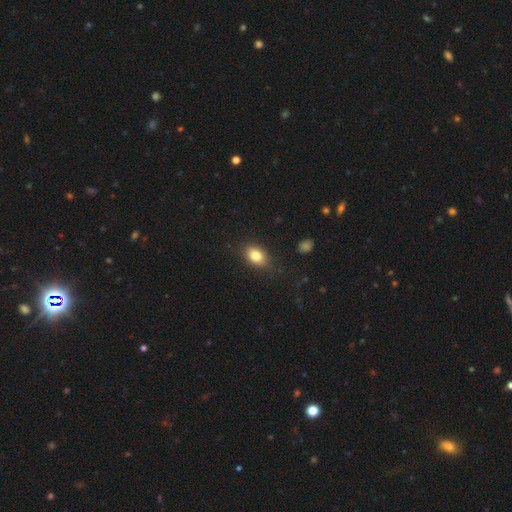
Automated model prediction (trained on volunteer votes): Smooth or featured: smooth — 81% (star or artifact — 9%)
How rounded: in between — 76% (round — 22%)
Merging: none — 82% (minor disturbance — 14%)